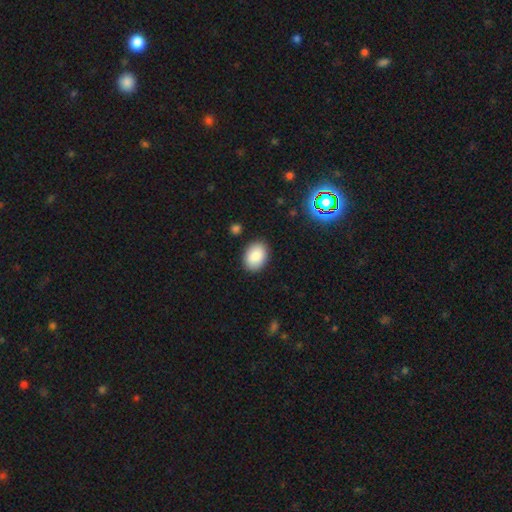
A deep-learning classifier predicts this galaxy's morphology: Smooth or featured: smooth — 87% (star or artifact — 8%)
How rounded: in between — 76% (round — 23%)
Merging: none — 88% (minor disturbance — 9%)